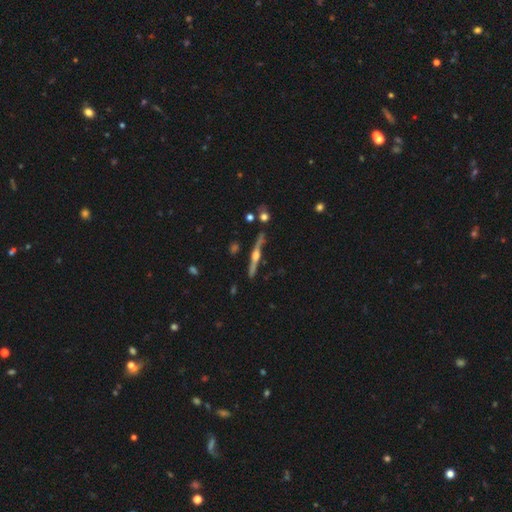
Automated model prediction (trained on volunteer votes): smooth_or_featured: featured or disk (p=0.82) [alt: smooth p=0.13]
disk_edge_on: yes (p=0.98) [alt: no p=0.02]
edge_on_bulge: rounded (p=0.93) [alt: boxy p=0.04]
merging: none (p=0.84) [alt: minor disturbance p=0.10]